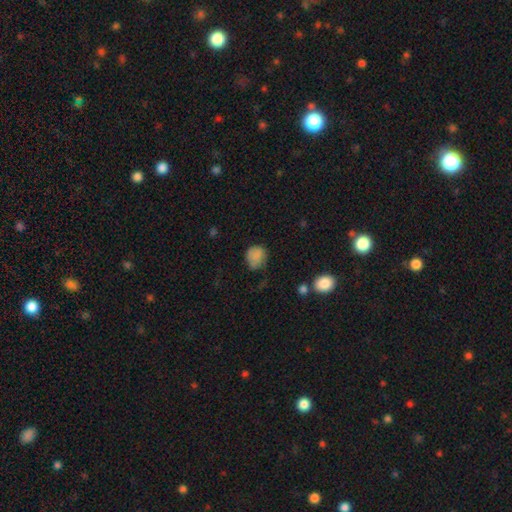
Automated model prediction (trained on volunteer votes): Smooth or featured? Predicted: smooth (p=0.81). How rounded? Predicted: round (p=0.68). Merging? Predicted: none (p=0.52).